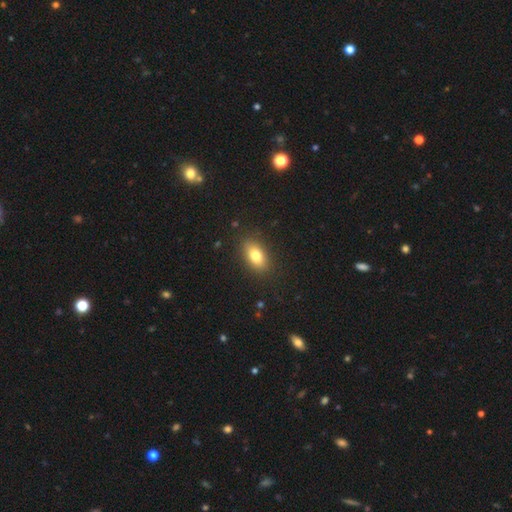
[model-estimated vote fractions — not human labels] Smooth or featured: smooth — 79% (featured or disk — 12%)
How rounded: in between — 87% (round — 8%)
Merging: none — 87% (minor disturbance — 9%)